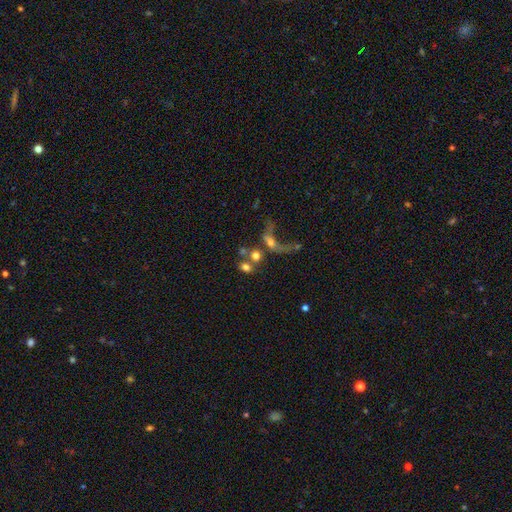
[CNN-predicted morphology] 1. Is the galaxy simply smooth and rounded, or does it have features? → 62% smooth, 23% featured or disk, 15% star or artifact.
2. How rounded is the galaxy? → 61% round, 36% in between, 3% cigar-shaped.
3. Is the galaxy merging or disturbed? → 48% merger, 26% none, 18% major disturbance, 8% minor disturbance.